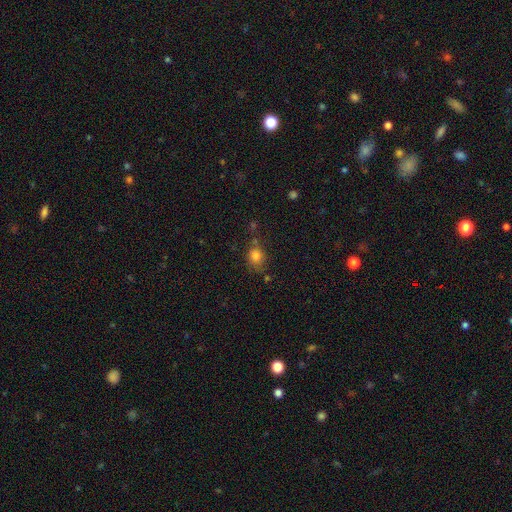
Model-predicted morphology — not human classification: smooth 80%, star or artifact 12%, featured or disk 8%. Down the decision tree: how rounded — round (65%); merging — none (64%).